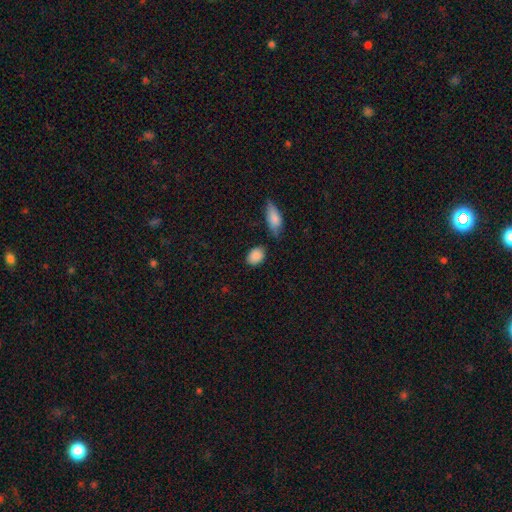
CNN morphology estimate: A smooth galaxy with no disk features (88%) that is in between round and cigar-shaped (73%). Merging: none (74%).